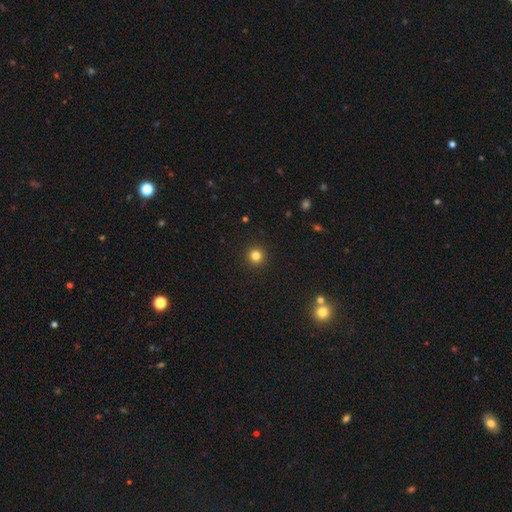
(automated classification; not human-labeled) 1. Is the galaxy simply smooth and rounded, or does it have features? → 82% smooth, 13% star or artifact, 5% featured or disk.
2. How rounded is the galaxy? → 95% round, 4% in between, 1% cigar-shaped.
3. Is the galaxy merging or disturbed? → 93% none, 4% minor disturbance, 2% major disturbance, 1% merger.